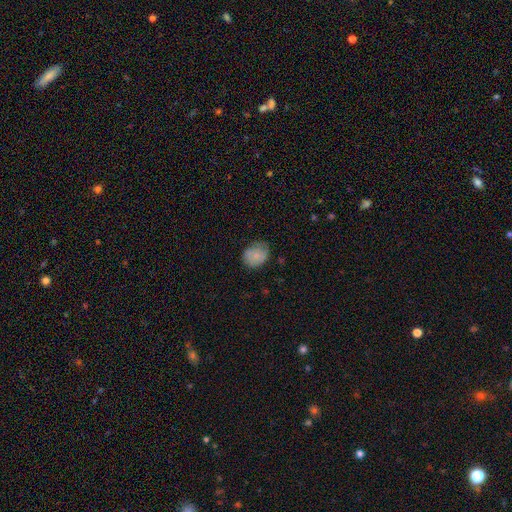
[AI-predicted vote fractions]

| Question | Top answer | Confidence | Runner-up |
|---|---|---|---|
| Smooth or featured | smooth | 76% | featured or disk (17%) |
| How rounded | round | 53% | in between (46%) |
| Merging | none | 62% | minor disturbance (29%) |